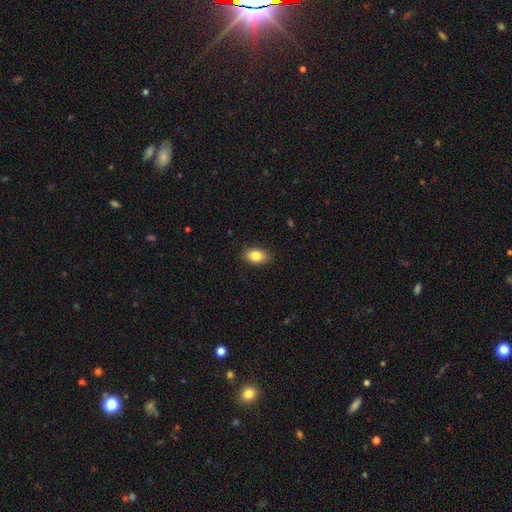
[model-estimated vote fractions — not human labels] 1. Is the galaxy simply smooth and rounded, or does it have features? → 84% smooth, 8% featured or disk, 8% star or artifact.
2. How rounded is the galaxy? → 86% in between, 12% round, 2% cigar-shaped.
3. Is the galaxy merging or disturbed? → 87% none, 10% minor disturbance, 2% major disturbance, 1% merger.